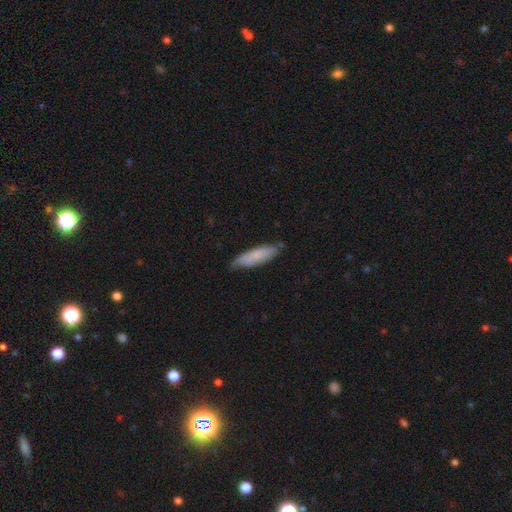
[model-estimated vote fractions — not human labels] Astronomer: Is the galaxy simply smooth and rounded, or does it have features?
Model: smooth — 73%.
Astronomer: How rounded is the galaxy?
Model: cigar-shaped — 61% (runner-up: in between, 37%).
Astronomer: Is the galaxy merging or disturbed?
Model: none — 73%.